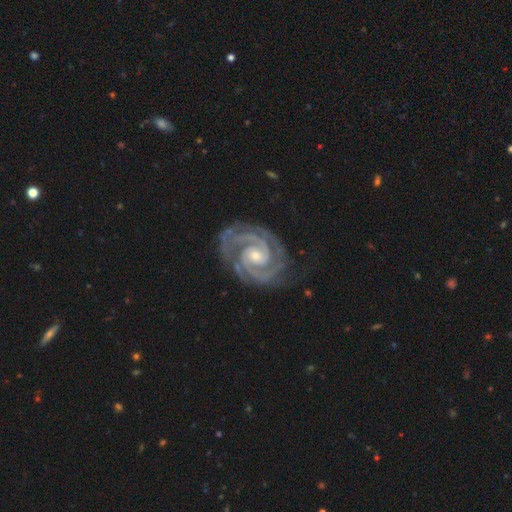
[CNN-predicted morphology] The model was most divided on "bulge size": small: 57%, moderate: 39%, large: 2%, none: 2%, dominant: 1%. More confident: spiral arms — yes (99%); edge-on disk — no (98%); smooth or featured — featured or disk (94%); spiral arm count — 2 (80%); merging — none (77%); spiral winding — tight (76%); bar — no (56%).